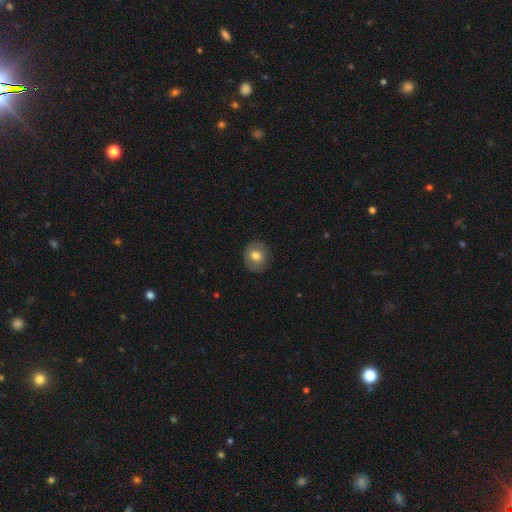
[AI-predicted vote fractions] Smooth or featured? smooth (68%)
How rounded? round (83%)
Merging? none (87%)